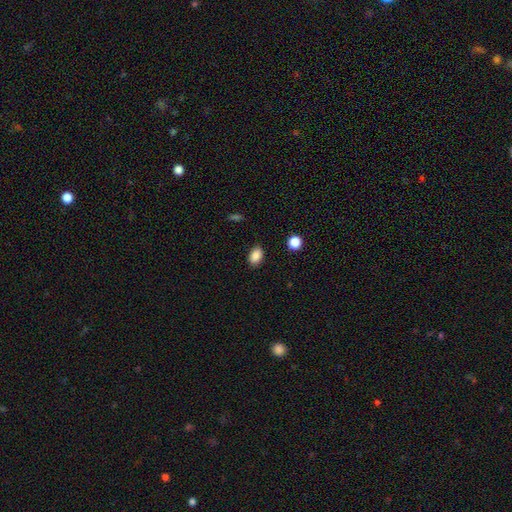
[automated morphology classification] Q: Smooth or featured?
A: smooth (87%); runner-up: star or artifact (9%)
Q: How rounded?
A: in between (83%); runner-up: round (15%)
Q: Merging?
A: none (87%); runner-up: minor disturbance (9%)